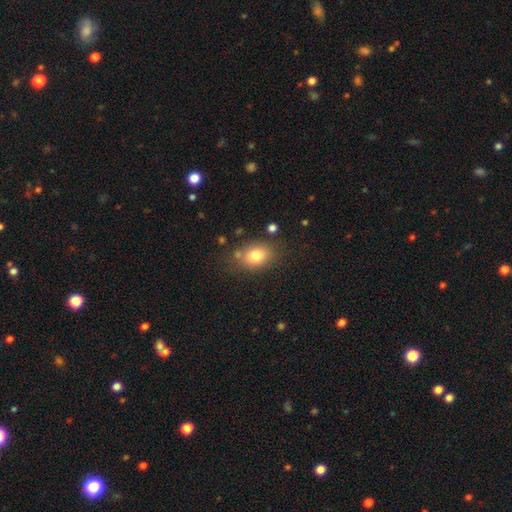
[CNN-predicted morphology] Smooth or featured? Predicted: smooth (p=0.80). How rounded? Predicted: in between (p=0.67). Merging? Predicted: none (p=0.72).